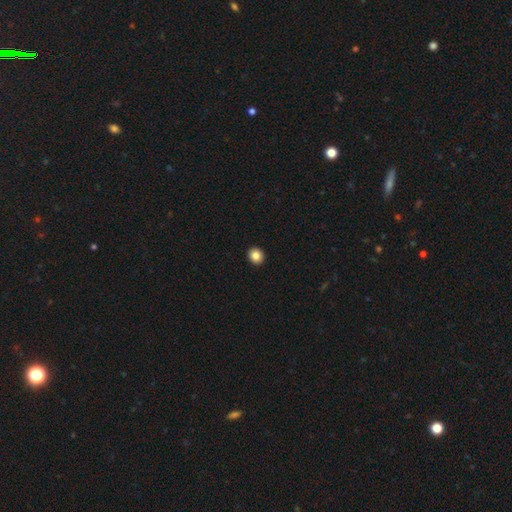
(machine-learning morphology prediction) smooth_or_featured: smooth (p=0.85) [alt: star or artifact p=0.09]
how_rounded: round (p=0.83) [alt: in between p=0.16]
merging: none (p=0.94) [alt: minor disturbance p=0.04]